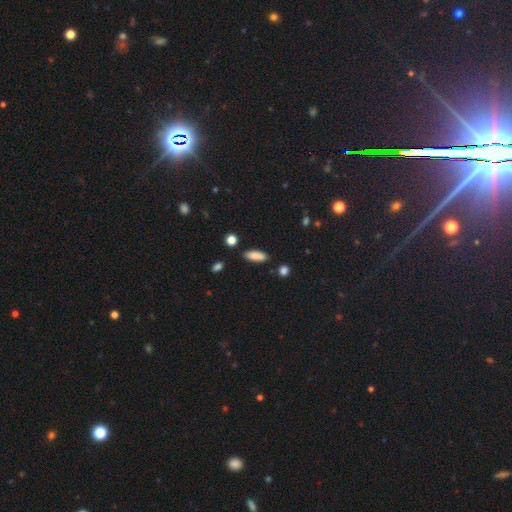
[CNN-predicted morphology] This appears to be a smooth galaxy with no disk features (85%) that is in between round and cigar-shaped (64%). Merging: none (84%).